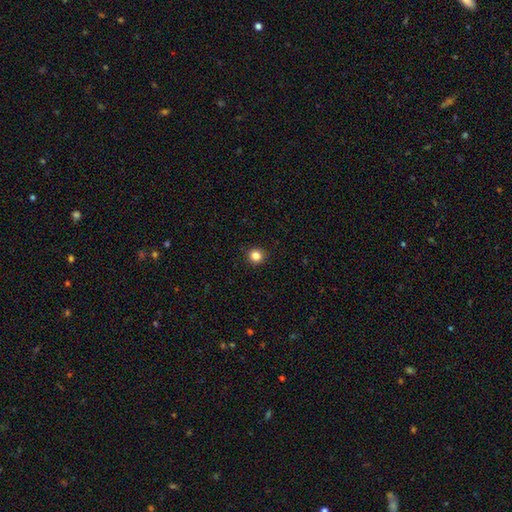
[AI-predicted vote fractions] This is clearly a smooth galaxy (84%). How rounded: clearly round (94%). Merging: clearly none (93%).